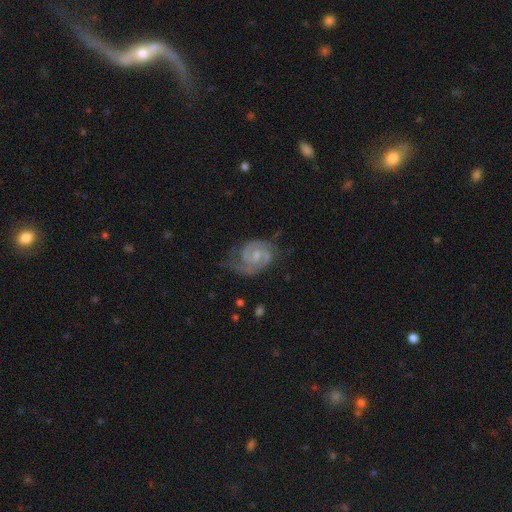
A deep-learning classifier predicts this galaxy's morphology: smooth_or_featured: featured or disk (p=0.90) [alt: smooth p=0.06]
disk_edge_on: no (p=0.98) [alt: yes p=0.02]
bar: no (p=0.46) [alt: weak p=0.45]
has_spiral_arms: yes (p=0.98) [alt: no p=0.02]
spiral_winding: tight (p=0.50) [alt: medium p=0.42]
spiral_arm_count: 2 (p=0.89) [alt: can't tell p=0.04]
bulge_size: small (p=0.51) [alt: moderate p=0.34]
merging: none (p=0.67) [alt: minor disturbance p=0.22]